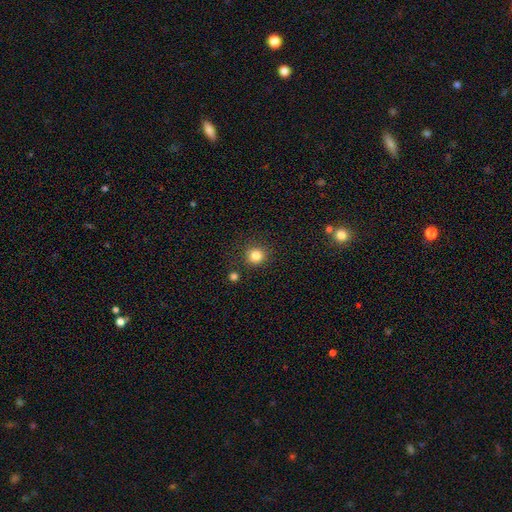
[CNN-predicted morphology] A smooth galaxy with no disk features (82%) that is round (93%).

Vote fractions:
- Smooth or featured? smooth: 82% / star or artifact: 13% / featured or disk: 5%
- How rounded? round: 93% / in between: 7% / cigar-shaped: 1%
- Merging? none: 86% / minor disturbance: 8% / merger: 3% / major disturbance: 3%